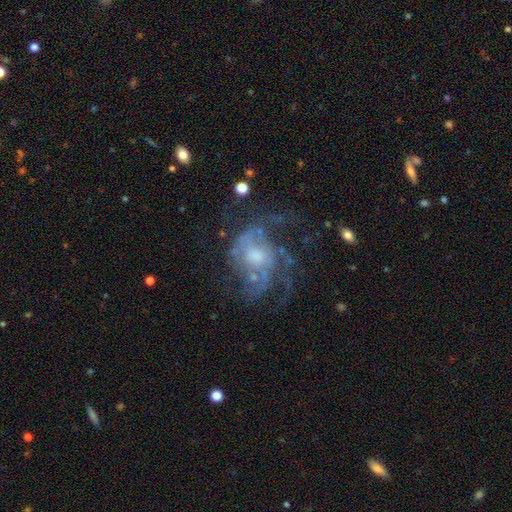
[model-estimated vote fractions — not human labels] smooth_or_featured: featured or disk (p=0.79) [alt: smooth p=0.12]
disk_edge_on: no (p=0.97) [alt: yes p=0.03]
bar: no (p=0.71) [alt: weak p=0.25]
has_spiral_arms: yes (p=0.82) [alt: no p=0.18]
spiral_winding: medium (p=0.44) [alt: loose p=0.30]
spiral_arm_count: can't tell (p=0.34) [alt: 3 p=0.23]
bulge_size: moderate (p=0.50) [alt: small p=0.29]
merging: none (p=0.48) [alt: major disturbance p=0.31]